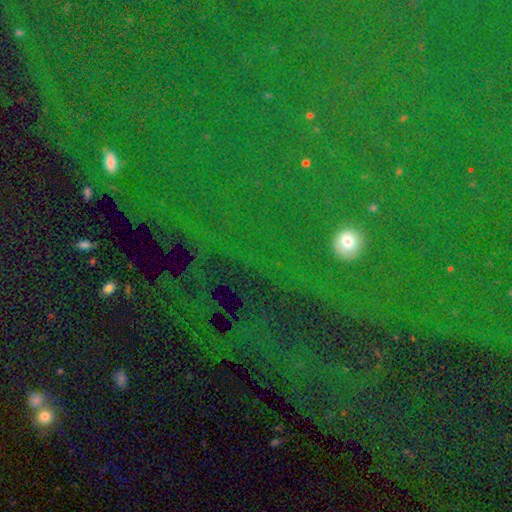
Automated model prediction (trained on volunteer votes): Overall: star or artifact (80%).